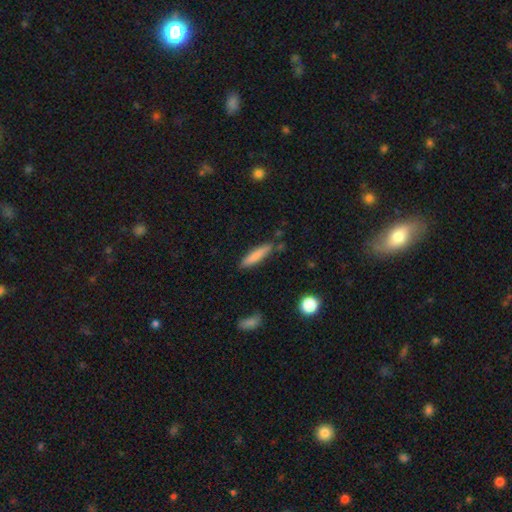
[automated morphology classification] The model was most divided on "merging": none: 78%, minor disturbance: 15%, merger: 4%, major disturbance: 3%. More confident: how rounded — cigar-shaped (84%); smooth or featured — smooth (80%).